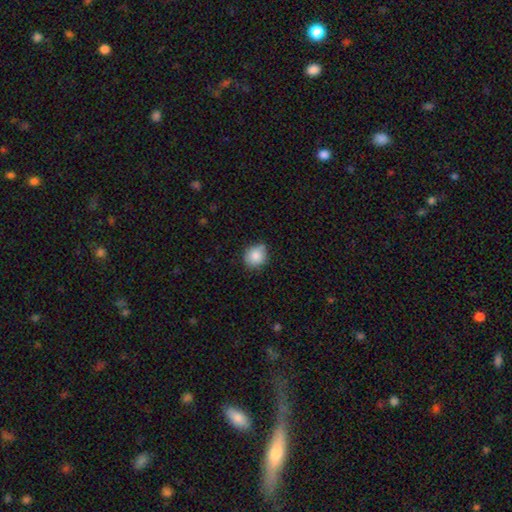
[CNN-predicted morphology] Smooth or featured?
  - smooth: 84% *
  - star or artifact: 9%
  - featured or disk: 7%
How rounded?
  - round: 82% *
  - in between: 17%
  - cigar-shaped: 1%
Merging?
  - none: 71% *
  - minor disturbance: 21%
  - merger: 5%
  - major disturbance: 3%